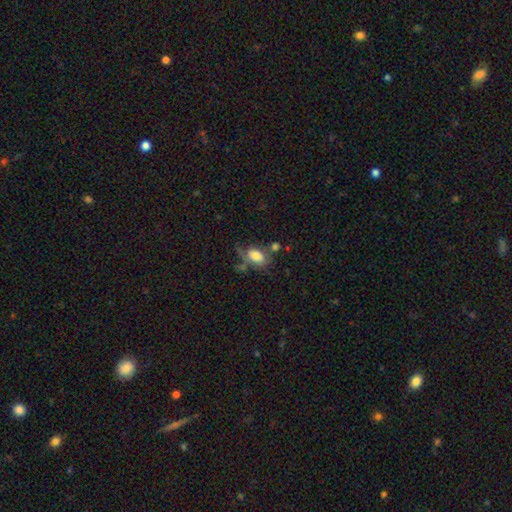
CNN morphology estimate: Overall: smooth (71%). How rounded: in between (86%). Merging: none (42%; minor disturbance 23%).